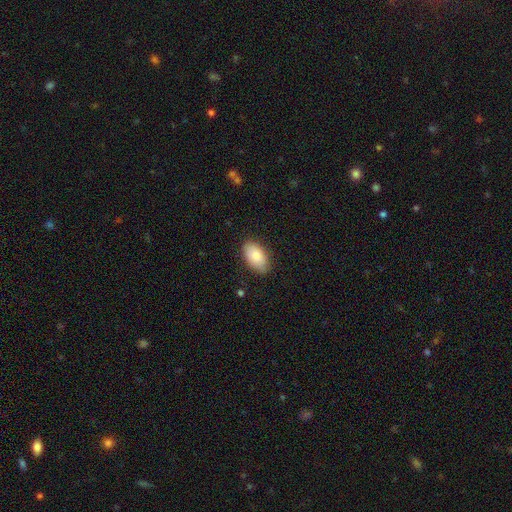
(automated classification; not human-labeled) Smooth or featured? Predicted: smooth (p=0.83). How rounded? Predicted: in between (p=0.94). Merging? Predicted: none (p=0.85).